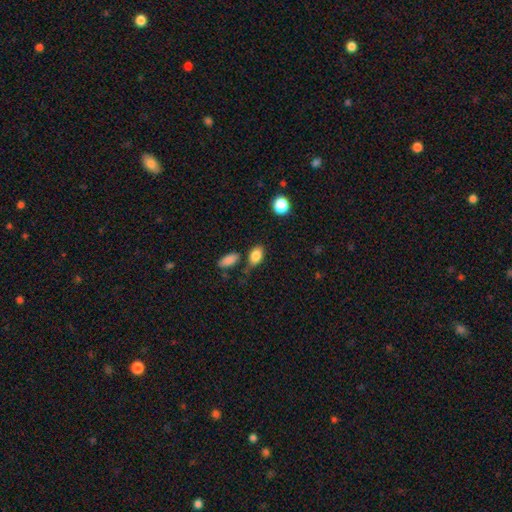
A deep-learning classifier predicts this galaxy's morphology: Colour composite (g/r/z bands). It shows a smooth galaxy with no disk features (85%) that is in between round and cigar-shaped (86%). Merging: none (61%).